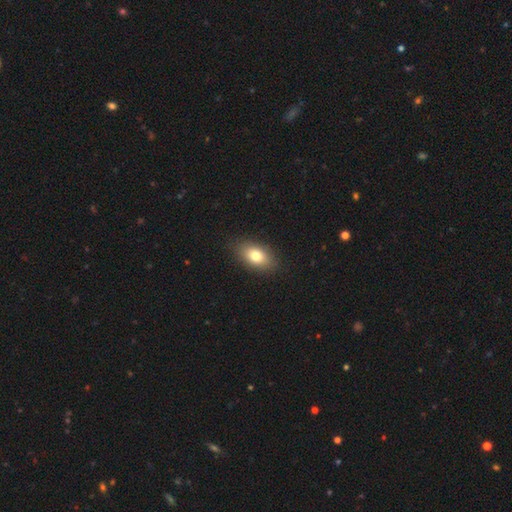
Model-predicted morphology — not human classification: Overall: smooth (79%). How rounded: in between (88%). Merging: none (87%).